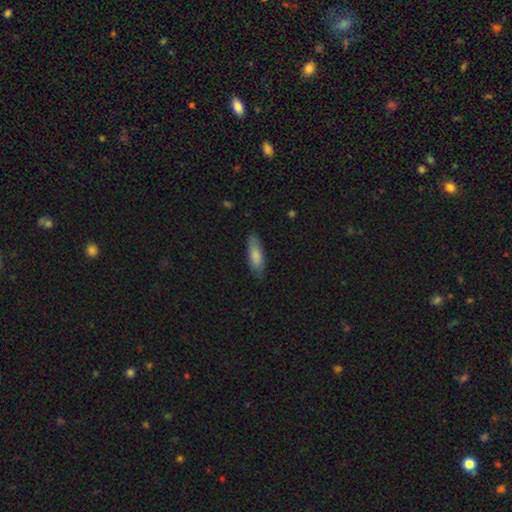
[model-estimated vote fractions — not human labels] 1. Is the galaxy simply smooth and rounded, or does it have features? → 82% smooth, 12% featured or disk, 6% star or artifact.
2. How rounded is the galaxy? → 55% in between, 44% cigar-shaped, 2% round.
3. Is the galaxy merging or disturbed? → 80% none, 16% minor disturbance, 3% major disturbance, 1% merger.